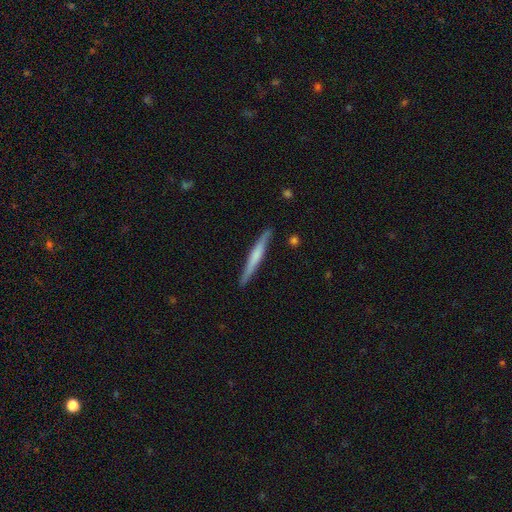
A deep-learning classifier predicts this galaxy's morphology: Smooth or featured? Predicted: featured or disk (p=0.52). Edge-on disk? Predicted: yes (p=0.97). Edge-on bulge? Predicted: none (p=0.45). Merging? Predicted: none (p=0.88).